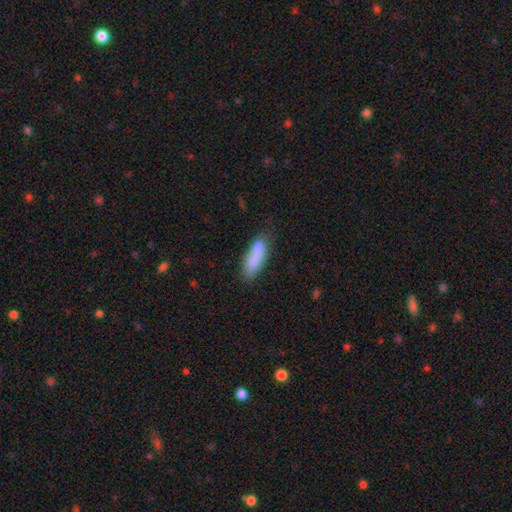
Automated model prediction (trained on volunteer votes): Smooth or featured? smooth (84%)
How rounded? cigar-shaped (54%)
Merging? none (68%)